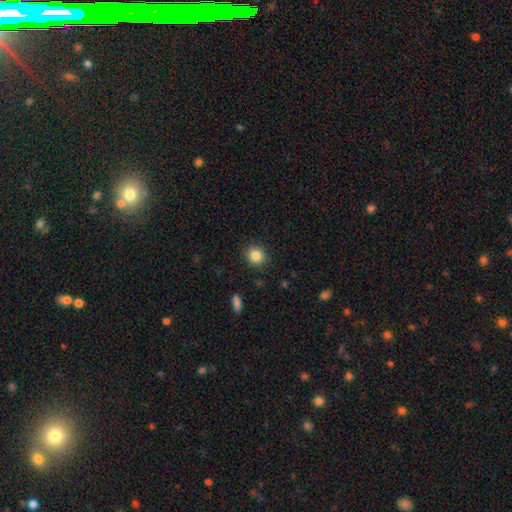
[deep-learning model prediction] The model was most divided on "how rounded": round: 84%, in between: 15%, cigar-shaped: 1%. More confident: merging — none (90%); smooth or featured — smooth (84%).